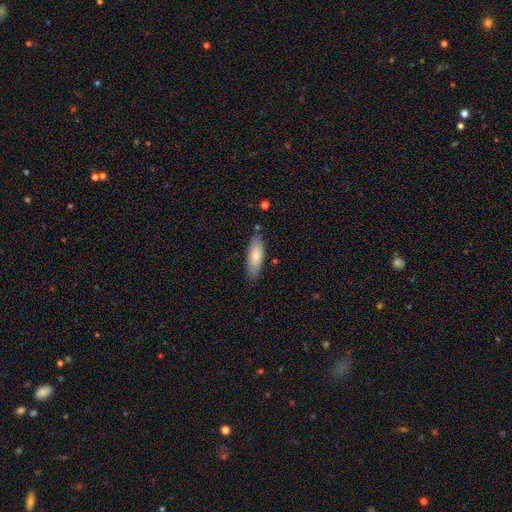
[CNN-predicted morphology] This is likely a smooth galaxy (76%). How rounded: likely in between (63%). Merging: clearly none (82%).